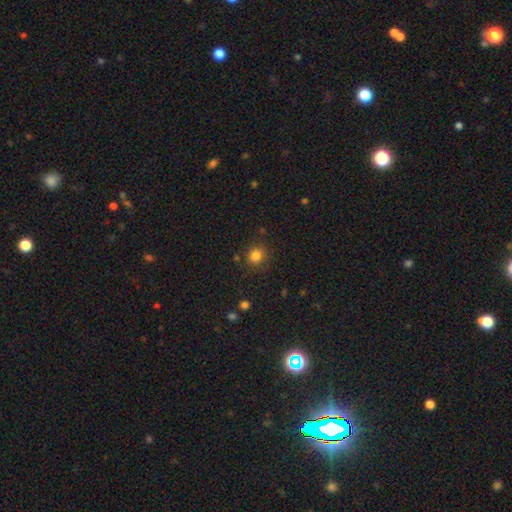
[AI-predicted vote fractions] This appears to be a smooth galaxy with no disk features (82%) that is round (80%). Merging: none (83%).